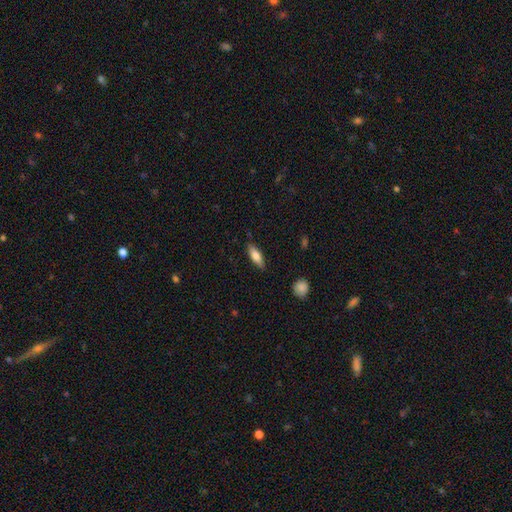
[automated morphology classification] Smooth or featured? smooth (75%)
How rounded? in between (58%)
Merging? none (86%)